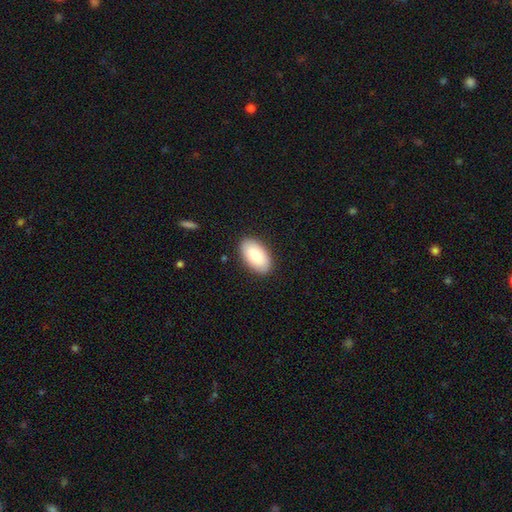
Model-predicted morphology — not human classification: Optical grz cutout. It shows a smooth galaxy with no disk features (83%) that is in between round and cigar-shaped (95%). Merging: none (88%).